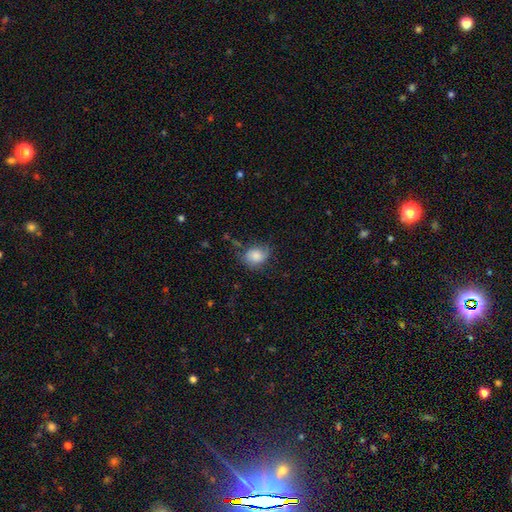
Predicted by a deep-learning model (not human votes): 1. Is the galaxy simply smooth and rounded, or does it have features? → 75% smooth, 16% featured or disk, 9% star or artifact.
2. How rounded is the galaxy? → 50% in between, 49% round, 1% cigar-shaped.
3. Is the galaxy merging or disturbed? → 56% none, 30% minor disturbance, 12% major disturbance, 3% merger.